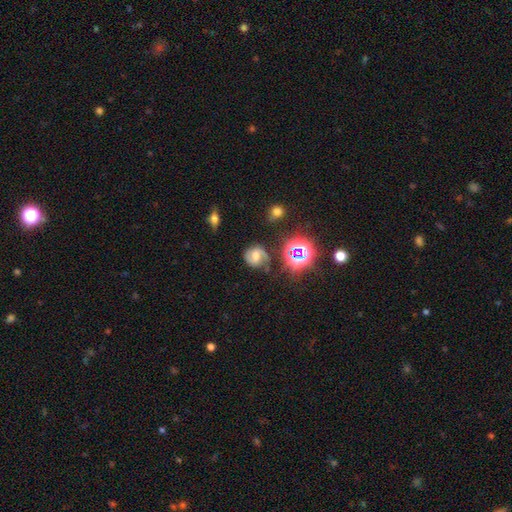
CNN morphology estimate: Q: Smooth or featured?
A: featured or disk (56%); runner-up: smooth (25%)
Q: Edge-on disk?
A: no (97%); runner-up: yes (3%)
Q: Bar?
A: weak (43%); runner-up: no (36%)
Q: Spiral arms?
A: yes (88%); runner-up: no (12%)
Q: Bulge size?
A: moderate (47%); runner-up: small (24%)
Q: Merging?
A: none (65%); runner-up: minor disturbance (20%)